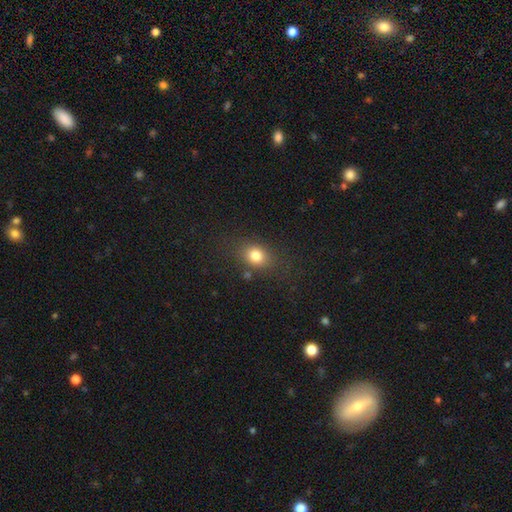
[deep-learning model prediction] smooth_or_featured: smooth (p=0.80) [alt: star or artifact p=0.12]
how_rounded: round (p=0.53) [alt: in between p=0.46]
merging: none (p=0.77) [alt: minor disturbance p=0.14]